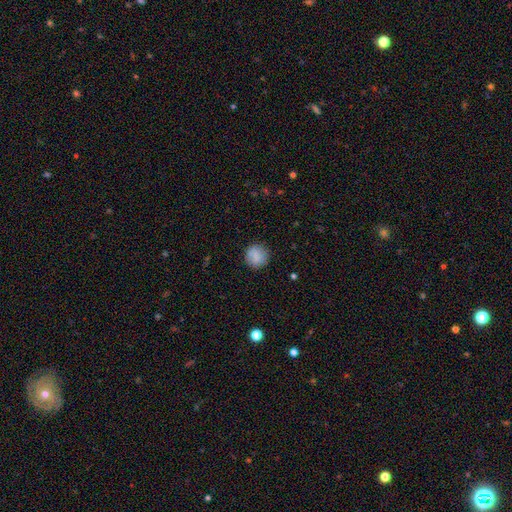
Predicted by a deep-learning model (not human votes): A smooth galaxy with no disk features (84%) that is round (93%).

Vote fractions:
- Smooth or featured? smooth: 84% / star or artifact: 8% / featured or disk: 8%
- How rounded? round: 93% / in between: 6% / cigar-shaped: 1%
- Merging? none: 87% / minor disturbance: 9% / major disturbance: 3% / merger: 1%